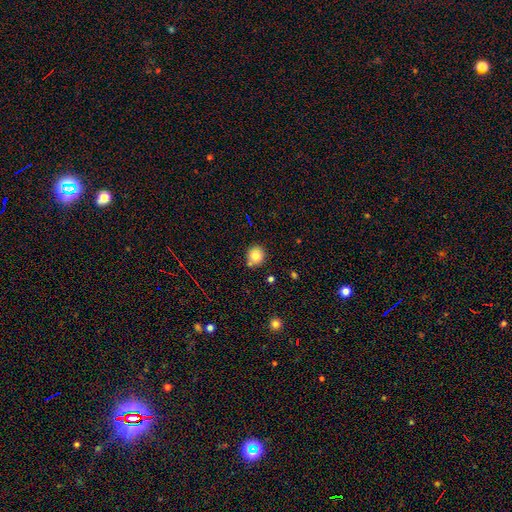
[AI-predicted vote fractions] smooth_or_featured: smooth (p=0.81) [alt: star or artifact p=0.11]
how_rounded: round (p=0.90) [alt: in between p=0.09]
merging: none (p=0.76) [alt: minor disturbance p=0.12]